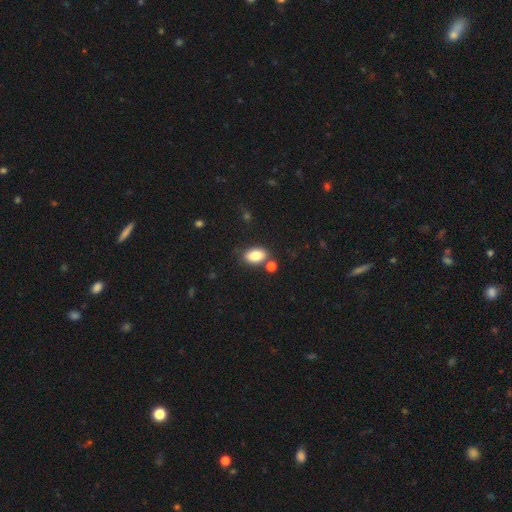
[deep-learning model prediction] A smooth galaxy with no disk features (81%) that is in between round and cigar-shaped (89%). Merging: none (75%).